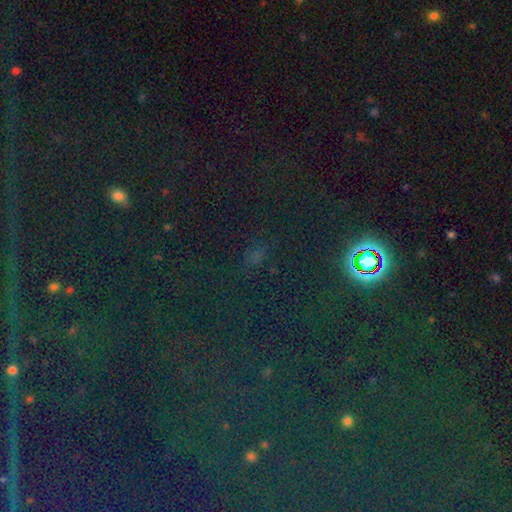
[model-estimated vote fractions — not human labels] Smooth or featured?
  - star or artifact: 71% *
  - smooth: 21%
  - featured or disk: 8%